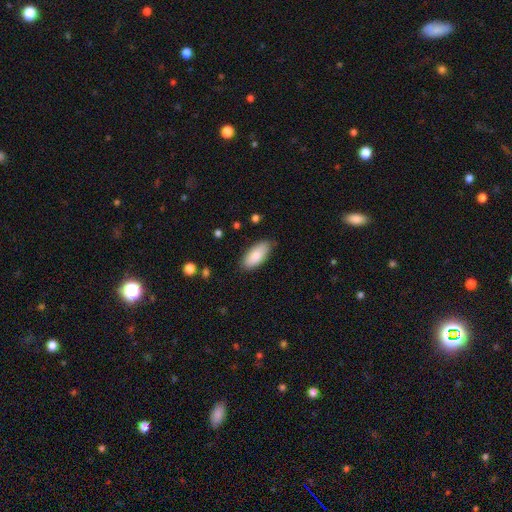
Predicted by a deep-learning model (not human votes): Overall: smooth (86%). How rounded: in between (88%). Merging: none (83%).